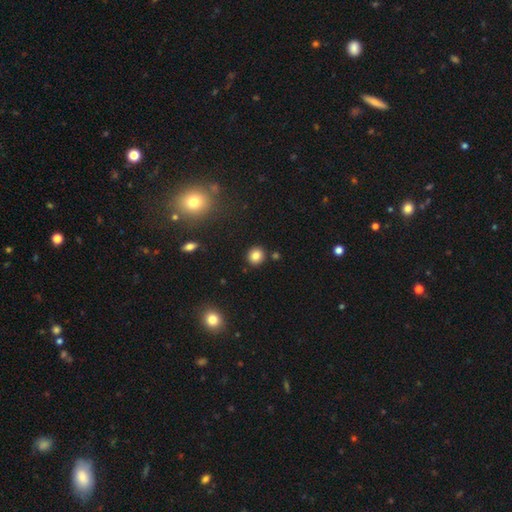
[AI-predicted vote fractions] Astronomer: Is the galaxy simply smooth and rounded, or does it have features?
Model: smooth — 83%.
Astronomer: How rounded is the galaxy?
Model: round — 88%.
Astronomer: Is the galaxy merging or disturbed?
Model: none — 88%.